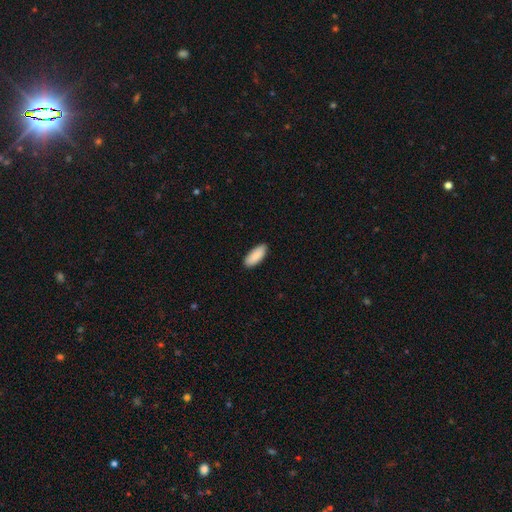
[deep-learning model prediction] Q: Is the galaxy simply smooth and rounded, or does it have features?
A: smooth — 91%.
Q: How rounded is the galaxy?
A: in between — 82%.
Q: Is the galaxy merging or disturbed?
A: none — 87%.